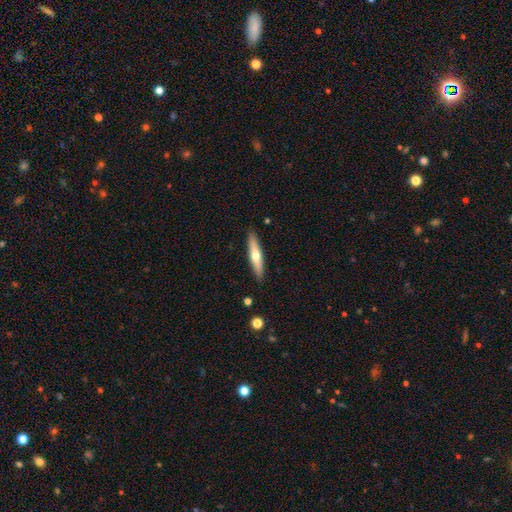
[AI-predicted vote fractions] A smooth galaxy with no disk features (48%). Merging: none (90%).